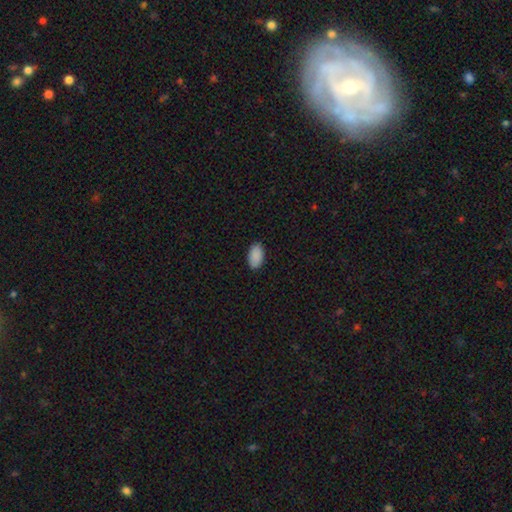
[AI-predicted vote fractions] Morphology: type=smooth (91%); roundness=in between (95%); merging=none (89%).